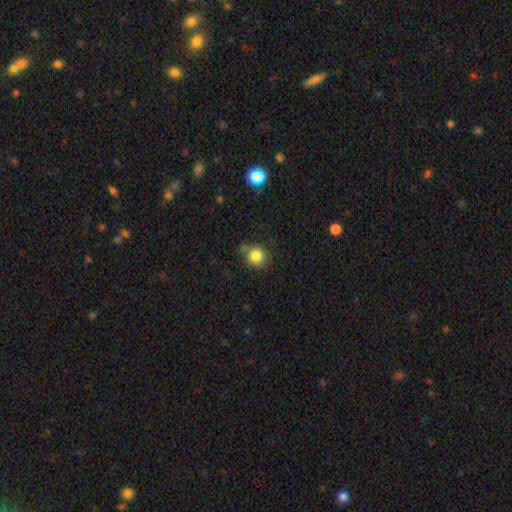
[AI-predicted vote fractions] This appears to be a smooth galaxy with no disk features (83%) that is round (89%). Merging: none (67%).